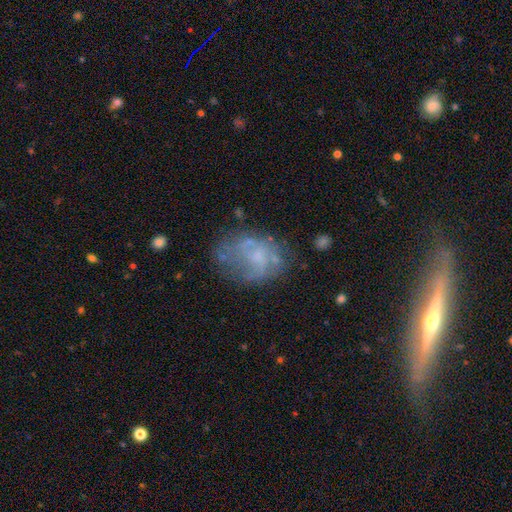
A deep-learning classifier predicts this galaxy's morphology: This is possibly a featured or disk galaxy (54%). It is clearly not viewed edge-on (97%). Bar: likely no (79%). Spiral arm pattern: likely no (66%). Central bulge: marginally none (43%). Merging: possibly none (48%).